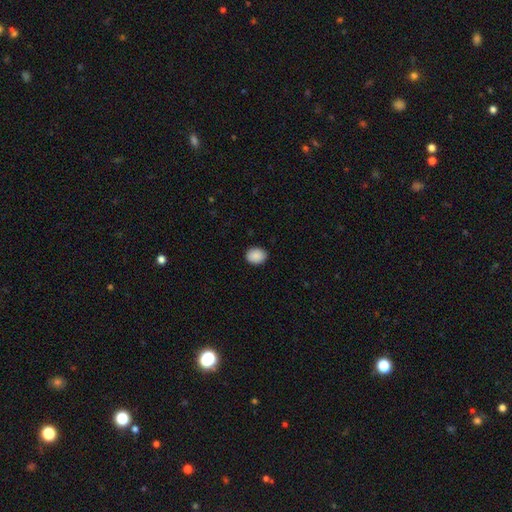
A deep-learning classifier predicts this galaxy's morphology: Q: Smooth or featured?
A: smooth (90%); runner-up: star or artifact (7%)
Q: How rounded?
A: in between (52%); runner-up: round (47%)
Q: Merging?
A: none (88%); runner-up: minor disturbance (9%)